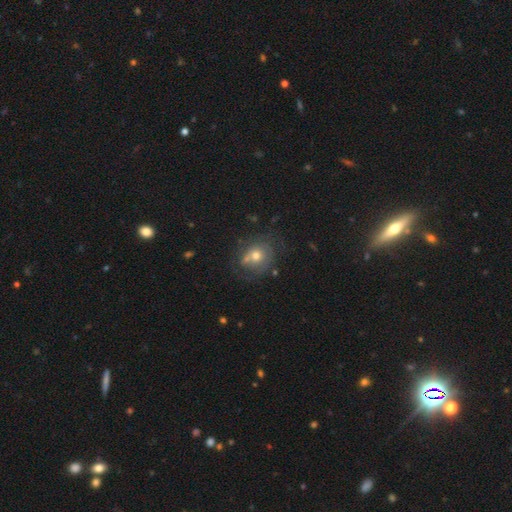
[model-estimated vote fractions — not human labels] Q: Smooth or featured?
A: smooth (52%); runner-up: featured or disk (35%)
Q: How rounded?
A: round (69%); runner-up: in between (30%)
Q: Merging?
A: none (56%); runner-up: minor disturbance (21%)